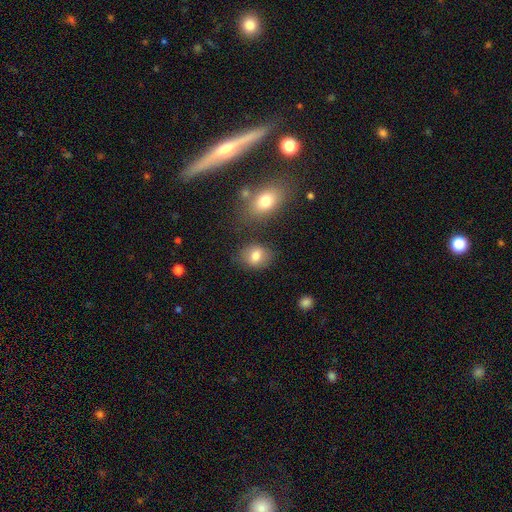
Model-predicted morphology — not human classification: A smooth galaxy with no disk features (78%) that is in between round and cigar-shaped (57%). Merging: none (74%).